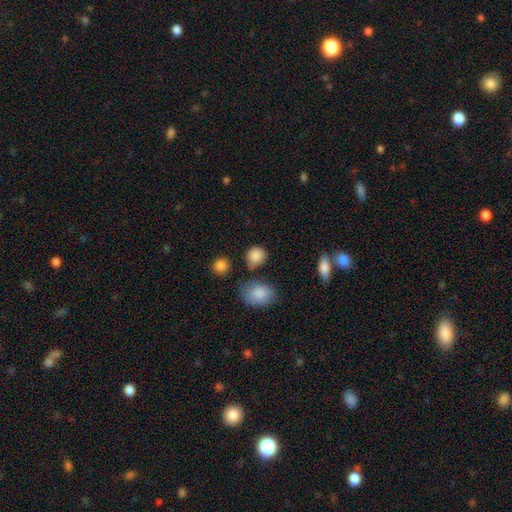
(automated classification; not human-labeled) smooth-or-featured: smooth: 86% | star or artifact: 9% | featured or disk: 4%
  how-rounded: round: 71% | in between: 27% | cigar-shaped: 1%
  merging: none: 70% | minor disturbance: 16% | merger: 8% | major disturbance: 5%